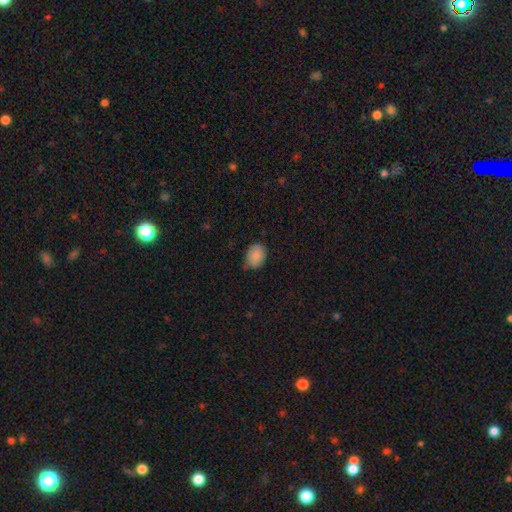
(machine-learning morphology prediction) Smooth or featured? smooth (86%)
How rounded? in between (62%)
Merging? none (71%)